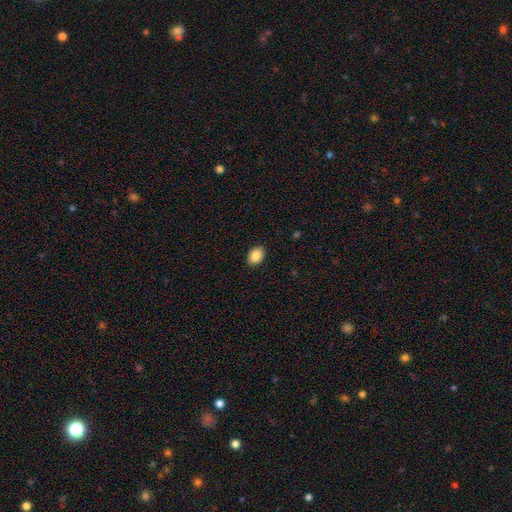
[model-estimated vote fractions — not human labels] Q: Smooth or featured?
A: smooth (88%); runner-up: star or artifact (8%)
Q: How rounded?
A: in between (74%); runner-up: round (25%)
Q: Merging?
A: none (91%); runner-up: minor disturbance (7%)